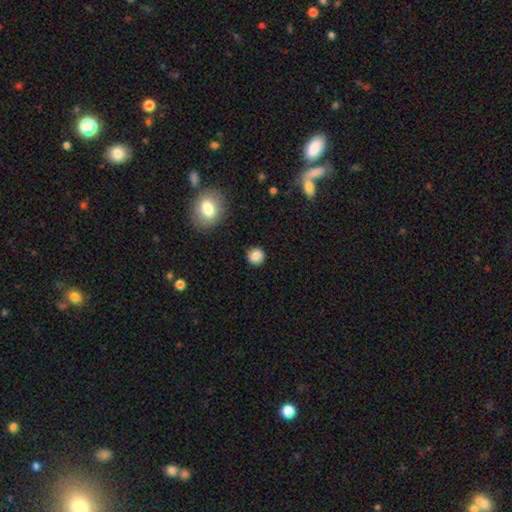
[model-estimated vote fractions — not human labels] This is clearly a smooth galaxy (85%). How rounded: clearly round (88%). Merging: clearly none (87%).